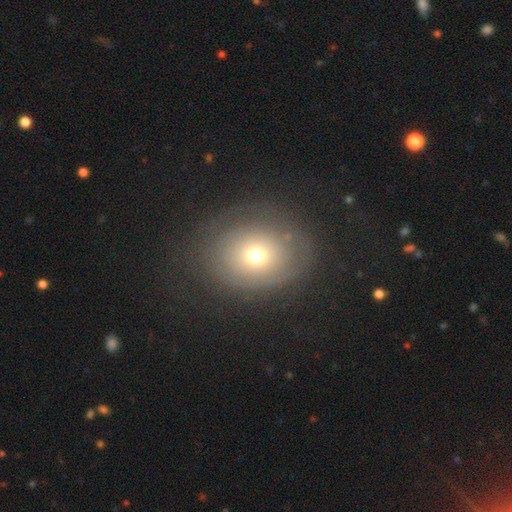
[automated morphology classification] Smooth or featured? smooth (58%)
How rounded? round (55%)
Merging? none (70%)